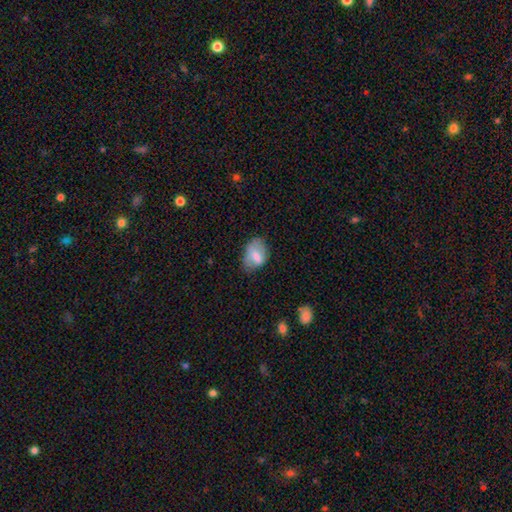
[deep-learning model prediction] Smooth or featured: smooth — 71% (featured or disk — 21%)
How rounded: in between — 83% (round — 15%)
Merging: none — 52% (minor disturbance — 33%)